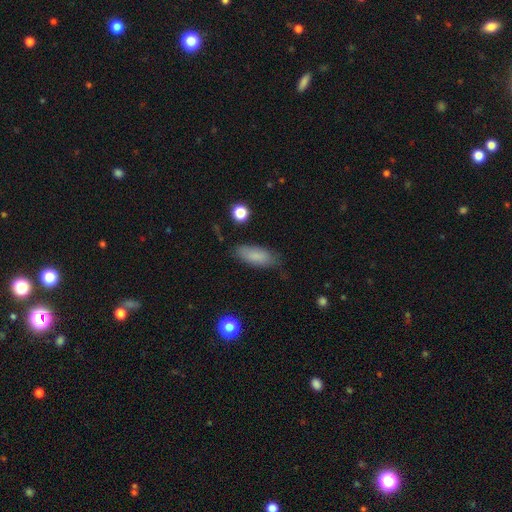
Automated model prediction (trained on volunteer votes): Smooth or featured: smooth — 84% (featured or disk — 8%)
How rounded: in between — 73% (cigar-shaped — 25%)
Merging: none — 78% (minor disturbance — 17%)